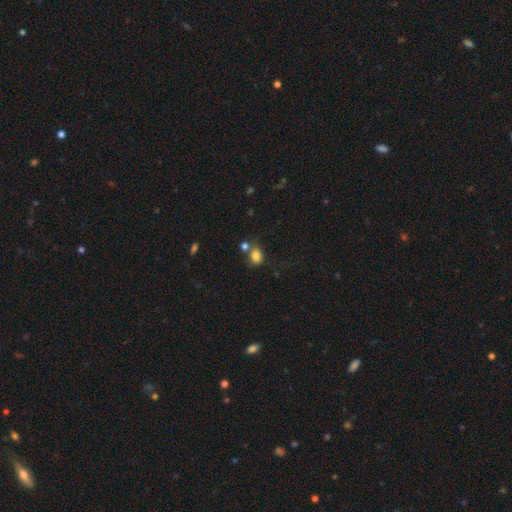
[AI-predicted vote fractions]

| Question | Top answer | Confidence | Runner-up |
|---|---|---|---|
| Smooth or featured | smooth | 81% | star or artifact (12%) |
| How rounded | in between | 61% | round (38%) |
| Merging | none | 56% | merger (23%) |